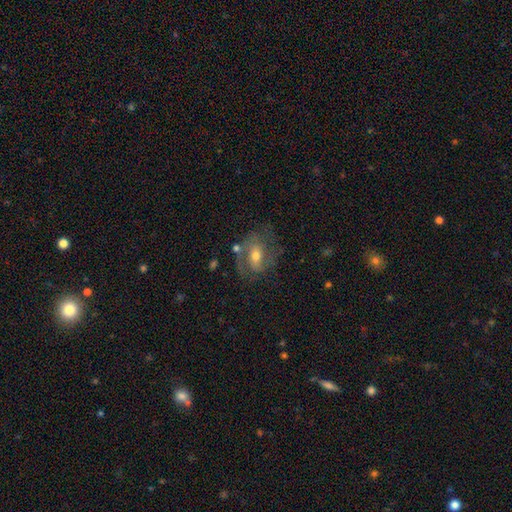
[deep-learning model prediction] Smooth or featured?
  - featured or disk: 69% *
  - smooth: 23%
  - star or artifact: 9%
Edge-on disk?
  - no: 95% *
  - yes: 5%
Bar?
  - weak: 42% *
  - no: 36%
  - strong: 22%
Spiral arms?
  - yes: 81% *
  - no: 19%
Spiral winding?
  - medium: 48% *
  - tight: 31%
  - loose: 21%
Spiral arm count?
  - 2: 67% *
  - can't tell: 17%
  - 1: 9%
  - 3: 4%
  - 4: 1%
  - more than 4: 1%
Bulge size?
  - moderate: 64% *
  - small: 29%
  - large: 5%
  - none: 1%
  - dominant: 1%
Merging?
  - none: 58% *
  - minor disturbance: 21%
  - major disturbance: 16%
  - merger: 5%